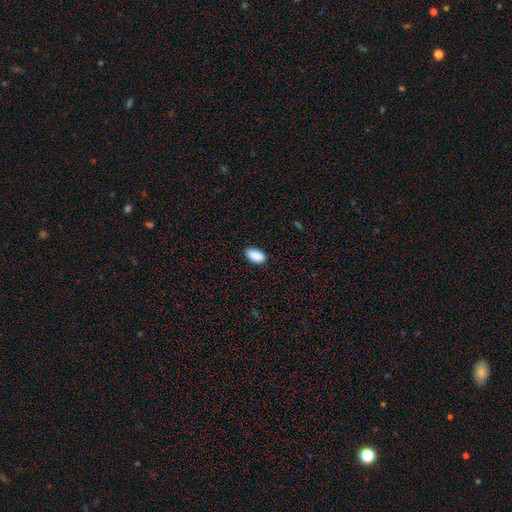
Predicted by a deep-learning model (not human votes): Q: Smooth or featured?
A: smooth (91%); runner-up: star or artifact (7%)
Q: How rounded?
A: in between (94%); runner-up: round (3%)
Q: Merging?
A: none (87%); runner-up: minor disturbance (10%)